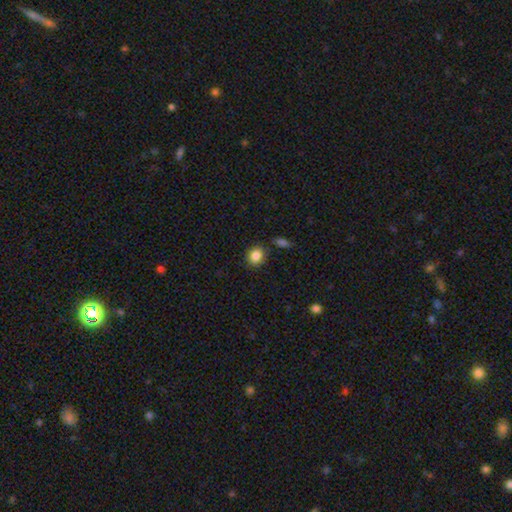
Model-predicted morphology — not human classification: smooth-or-featured: smooth: 85% | star or artifact: 9% | featured or disk: 5%
  how-rounded: round: 70% | in between: 29% | cigar-shaped: 1%
  merging: none: 83% | minor disturbance: 10% | merger: 4% | major disturbance: 3%